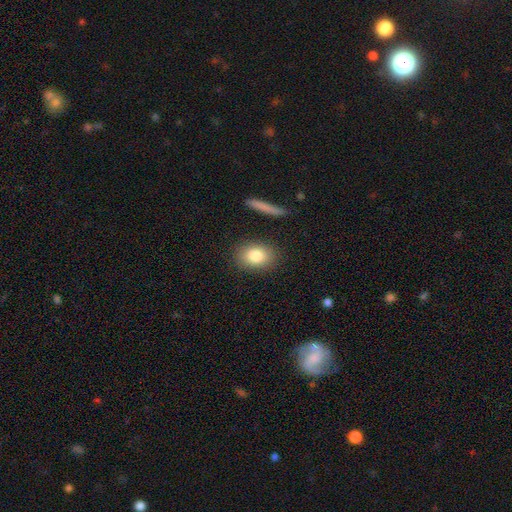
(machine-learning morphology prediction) The model was most divided on "how rounded": in between: 67%, round: 31%, cigar-shaped: 2%. More confident: merging — none (86%); smooth or featured — smooth (82%).